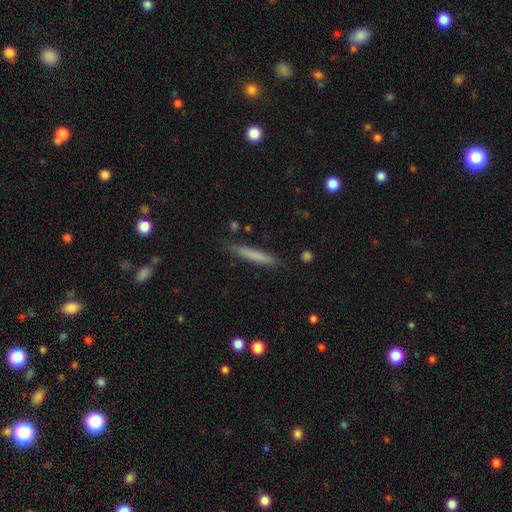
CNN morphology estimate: Q: Smooth or featured?
A: smooth (75%); runner-up: featured or disk (19%)
Q: How rounded?
A: cigar-shaped (94%); runner-up: in between (4%)
Q: Merging?
A: none (84%); runner-up: minor disturbance (12%)